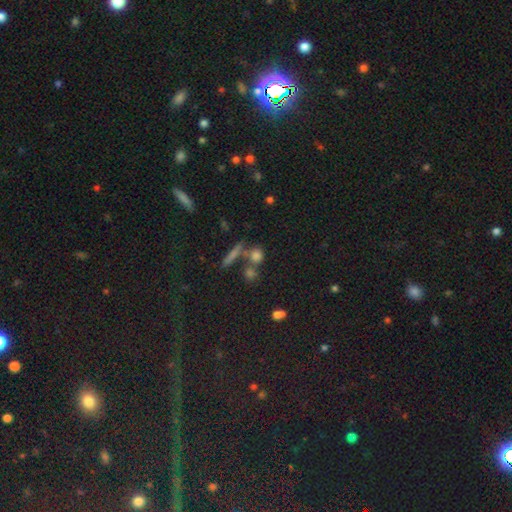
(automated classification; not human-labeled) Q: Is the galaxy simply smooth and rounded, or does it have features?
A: smooth — 73%.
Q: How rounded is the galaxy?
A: round — 73%.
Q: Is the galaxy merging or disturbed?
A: none — 59%.